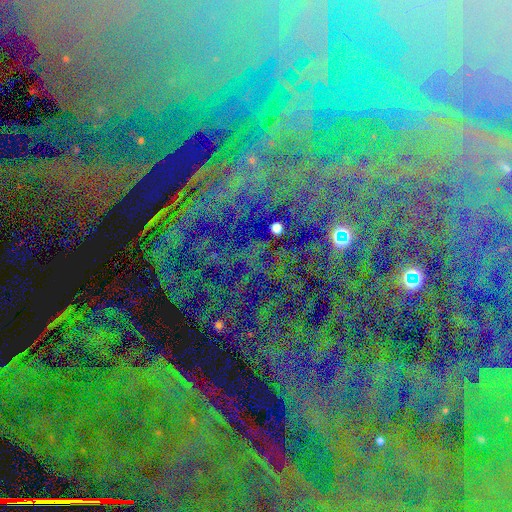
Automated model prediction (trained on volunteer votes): This is clearly a star or artifact rather than a galaxy (87%).